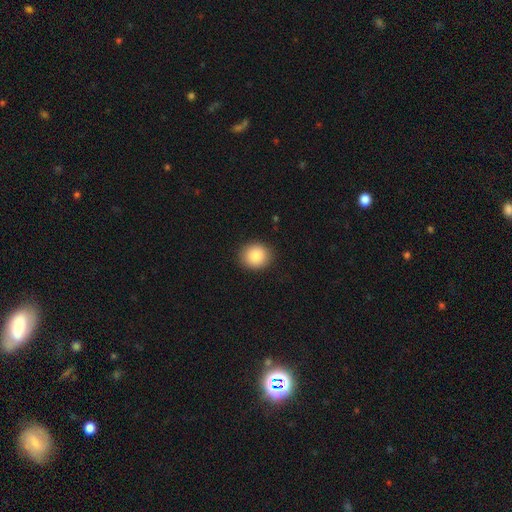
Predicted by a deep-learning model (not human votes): Smooth or featured? Predicted: smooth (p=0.87). How rounded? Predicted: round (p=0.80). Merging? Predicted: none (p=0.90).